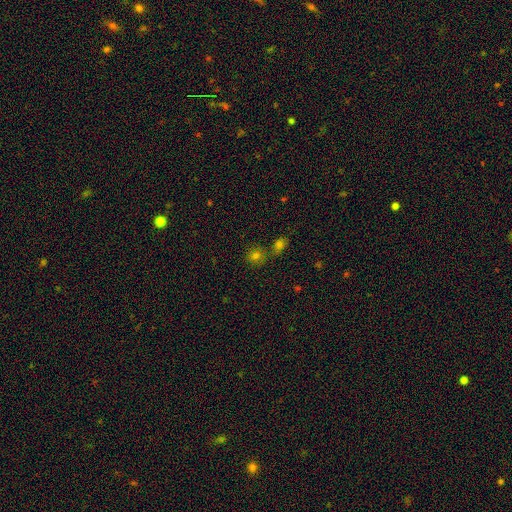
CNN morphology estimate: smooth-or-featured: smooth: 73% | star or artifact: 19% | featured or disk: 9%
  how-rounded: round: 81% | in between: 18% | cigar-shaped: 1%
  merging: none: 58% | merger: 29% | minor disturbance: 9% | major disturbance: 4%